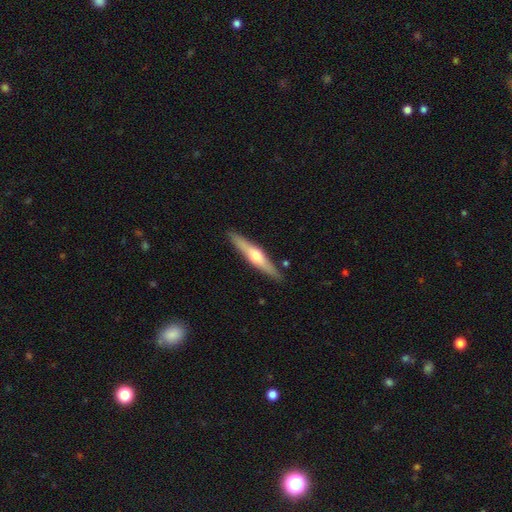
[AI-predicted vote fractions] Overall: featured or disk (61%; smooth 34%). Edge-on disk: yes (95%). Edge-on bulge: rounded (91%). Merging: none (89%).